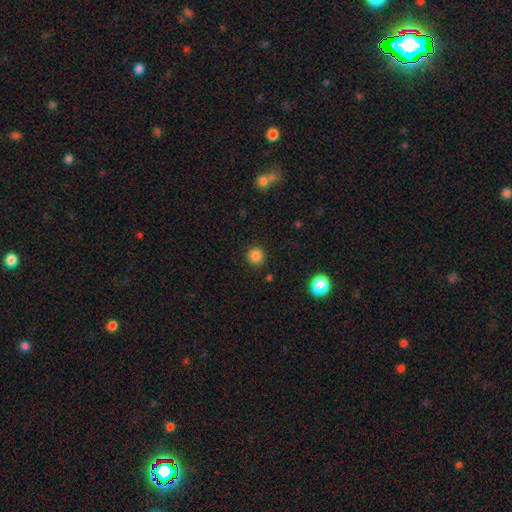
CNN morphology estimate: Smooth or featured: smooth — 85% (star or artifact — 12%)
How rounded: round — 92% (in between — 7%)
Merging: none — 90% (minor disturbance — 6%)